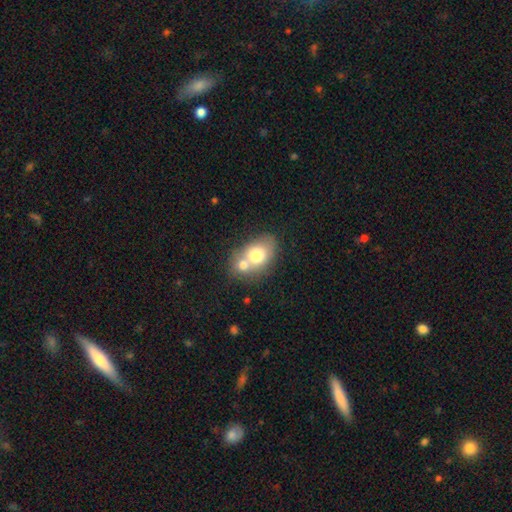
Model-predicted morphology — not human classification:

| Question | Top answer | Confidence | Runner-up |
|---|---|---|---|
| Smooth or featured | smooth | 70% | featured or disk (22%) |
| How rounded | in between | 71% | round (28%) |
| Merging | merger | 58% | none (28%) |